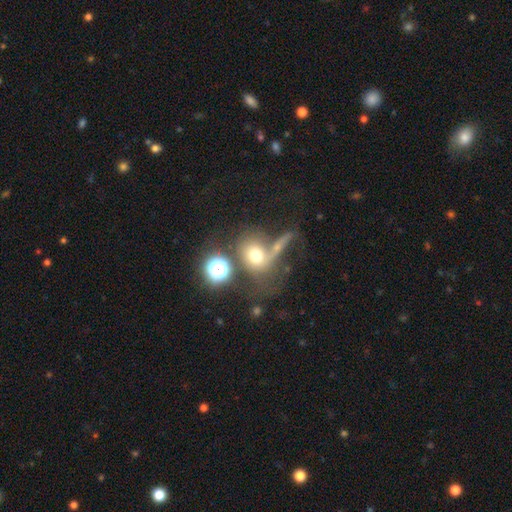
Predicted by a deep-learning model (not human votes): Overall: smooth (61%; featured or disk 23%). How rounded: round (71%). Merging: none (35%; merger 34%).